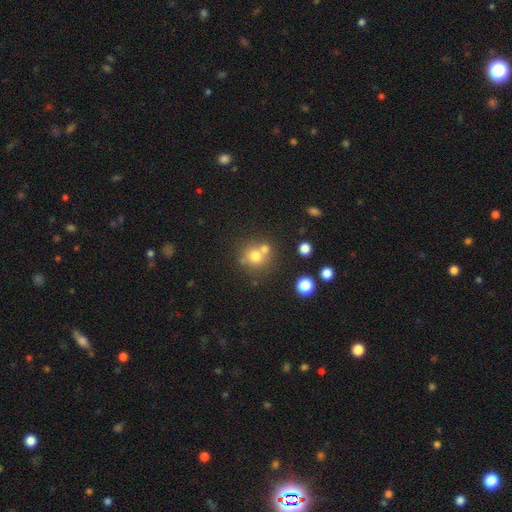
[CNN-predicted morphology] A smooth galaxy with no disk features (71%) that is round (86%).

Vote fractions:
- Smooth or featured? smooth: 71% / star or artifact: 15% / featured or disk: 14%
- How rounded? round: 86% / in between: 13% / cigar-shaped: 1%
- Merging? none: 53% / merger: 35% / minor disturbance: 9% / major disturbance: 4%